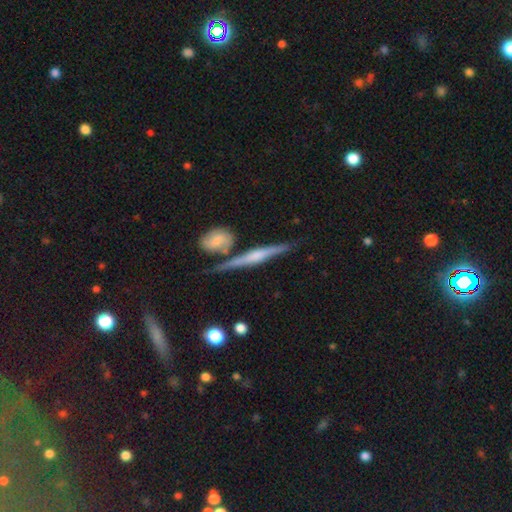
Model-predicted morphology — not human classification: A featured or disk galaxy (75%) viewed edge-on (96%) with a rounded central bulge (62%).

Vote fractions:
- Smooth or featured? featured or disk: 75% / smooth: 19% / star or artifact: 6%
- Edge-on disk? yes: 96% / no: 4%
- Edge-on bulge? rounded: 62% / boxy: 22% / none: 16%
- Merging? none: 74% / minor disturbance: 13% / merger: 10% / major disturbance: 4%